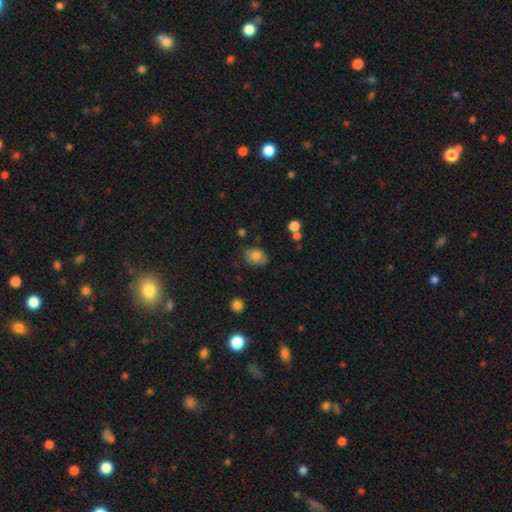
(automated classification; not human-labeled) The model was most divided on "how rounded": in between: 67%, round: 31%, cigar-shaped: 1%. More confident: smooth or featured — smooth (77%); merging — none (67%).